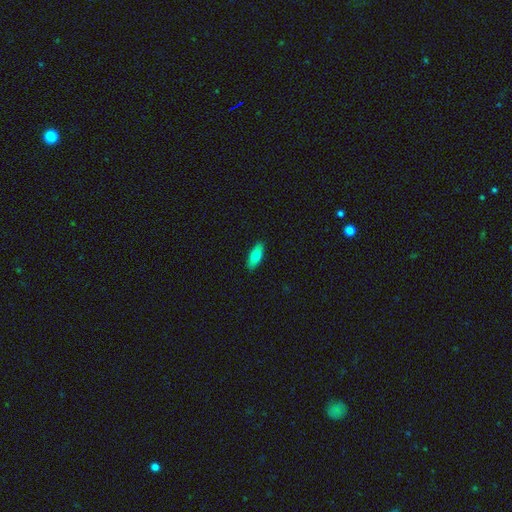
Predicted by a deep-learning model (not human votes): This appears to be a smooth galaxy with no disk features (76%) that is in between round and cigar-shaped (69%). Merging: none (90%).